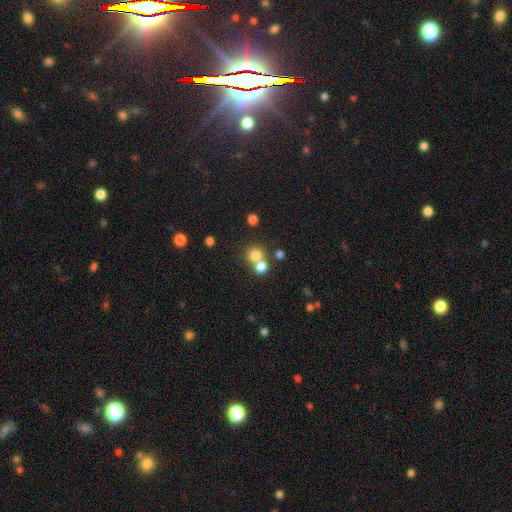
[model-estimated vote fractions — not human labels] A smooth galaxy with no disk features (75%) that is round (87%). Merging: none (50%).